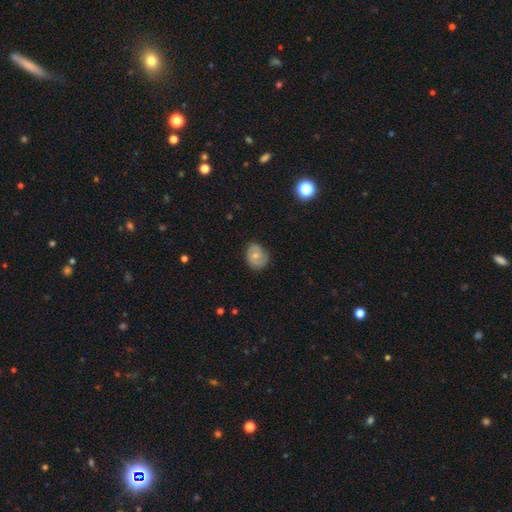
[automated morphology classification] Smooth or featured?
  - smooth: 54% *
  - featured or disk: 37%
  - star or artifact: 8%
How rounded?
  - round: 51% *
  - in between: 48%
  - cigar-shaped: 1%
Merging?
  - none: 73% *
  - minor disturbance: 21%
  - major disturbance: 5%
  - merger: 1%